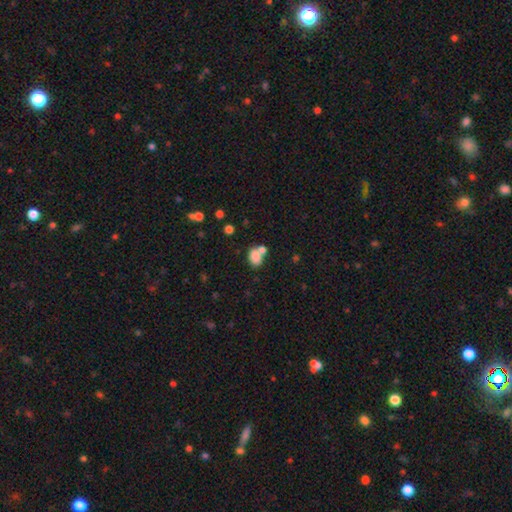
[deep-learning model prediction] smooth-or-featured: smooth: 80% | star or artifact: 10% | featured or disk: 10%
  how-rounded: in between: 76% | round: 23% | cigar-shaped: 1%
  merging: merger: 44% | none: 40% | minor disturbance: 12% | major disturbance: 5%